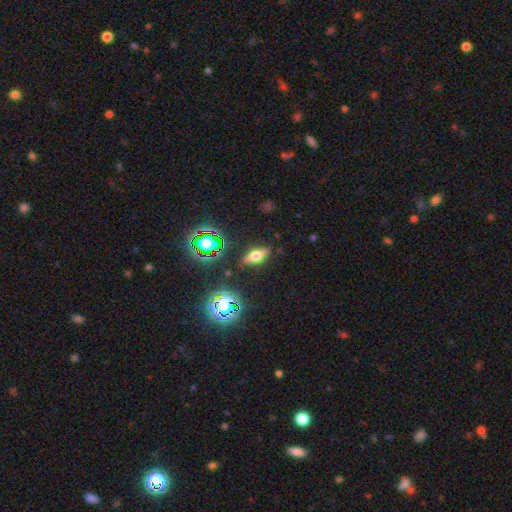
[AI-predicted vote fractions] This appears to be a smooth galaxy with no disk features (45%). Merging: none (84%).